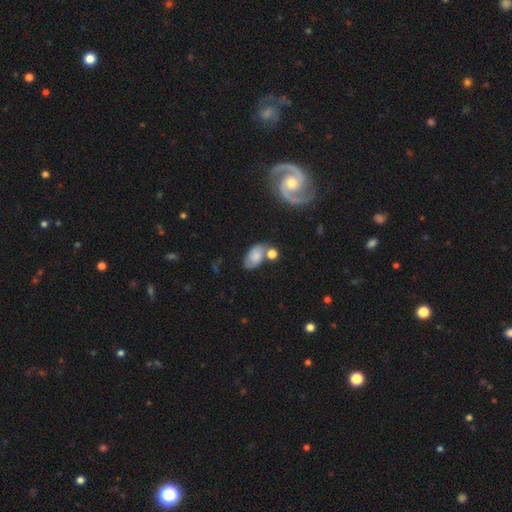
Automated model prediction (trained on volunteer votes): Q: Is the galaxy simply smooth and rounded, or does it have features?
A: smooth — 67%.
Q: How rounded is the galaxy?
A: in between — 88%.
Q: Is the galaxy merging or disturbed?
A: none — 53%.